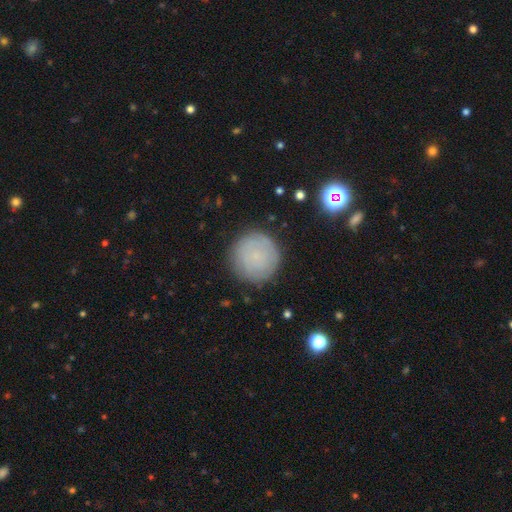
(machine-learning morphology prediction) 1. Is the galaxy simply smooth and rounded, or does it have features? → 71% smooth, 19% featured or disk, 10% star or artifact.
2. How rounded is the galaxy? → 96% round, 3% in between, 1% cigar-shaped.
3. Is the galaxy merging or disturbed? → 86% none, 10% minor disturbance, 3% major disturbance, 1% merger.